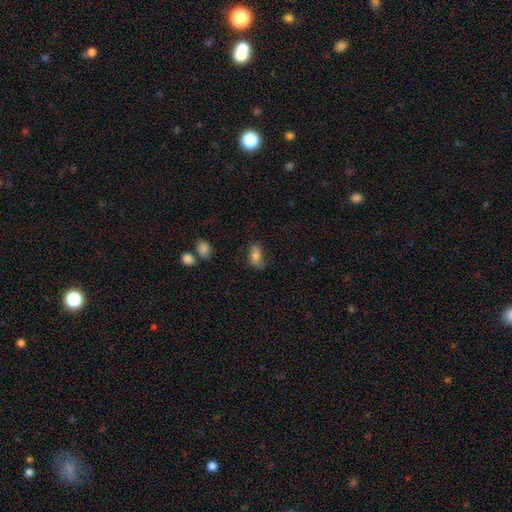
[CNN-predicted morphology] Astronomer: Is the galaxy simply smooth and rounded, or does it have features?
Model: smooth — 76%.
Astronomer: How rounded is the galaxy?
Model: in between — 89%.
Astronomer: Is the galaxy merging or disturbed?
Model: none — 64%.